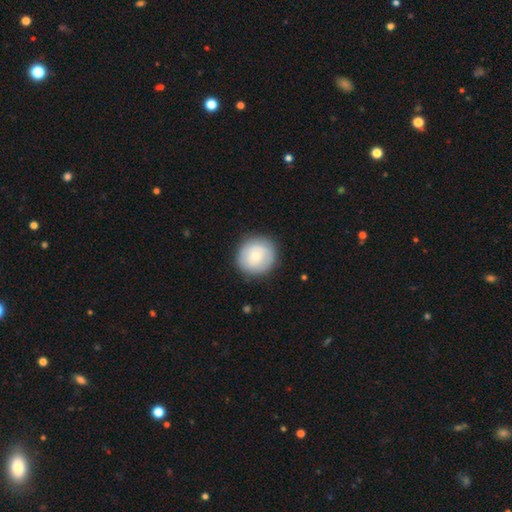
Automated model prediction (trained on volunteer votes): A smooth galaxy with no disk features (75%) that is round (92%).

Vote fractions:
- Smooth or featured? smooth: 75% / featured or disk: 19% / star or artifact: 6%
- How rounded? round: 92% / in between: 7% / cigar-shaped: 1%
- Merging? none: 86% / minor disturbance: 10% / major disturbance: 3% / merger: 1%